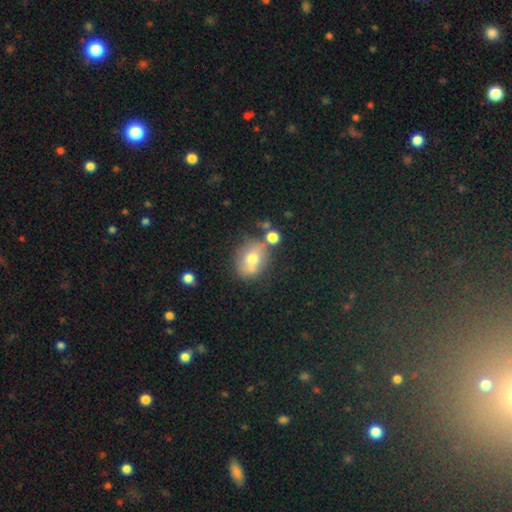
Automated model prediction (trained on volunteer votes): The model was most divided on "how rounded": in between: 55%, round: 43%, cigar-shaped: 2%. More confident: merging — none (62%); smooth or featured — smooth (61%).